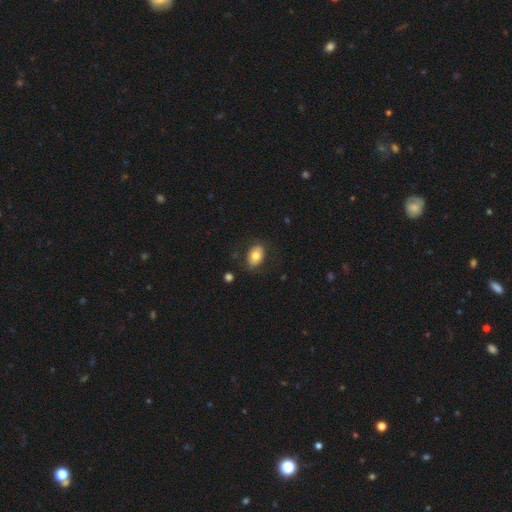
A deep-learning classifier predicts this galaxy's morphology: smooth_or_featured: smooth (p=0.75) [alt: featured or disk p=0.17]
how_rounded: in between (p=0.84) [alt: round p=0.15]
merging: none (p=0.78) [alt: minor disturbance p=0.15]